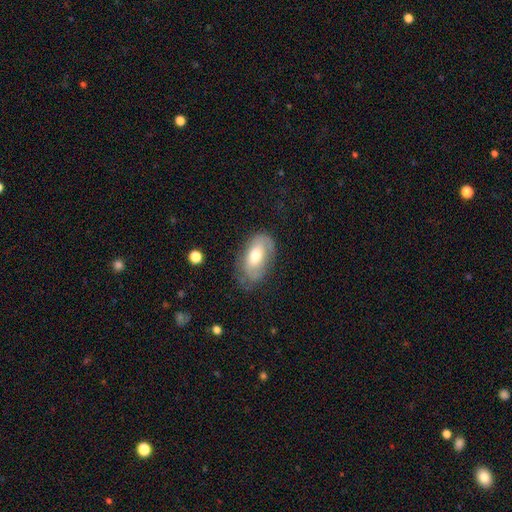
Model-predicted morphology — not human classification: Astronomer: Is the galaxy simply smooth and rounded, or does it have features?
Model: smooth — 51% (runner-up: featured or disk, 43%).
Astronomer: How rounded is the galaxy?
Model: in between — 92%.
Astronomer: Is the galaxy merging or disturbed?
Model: none — 57%.